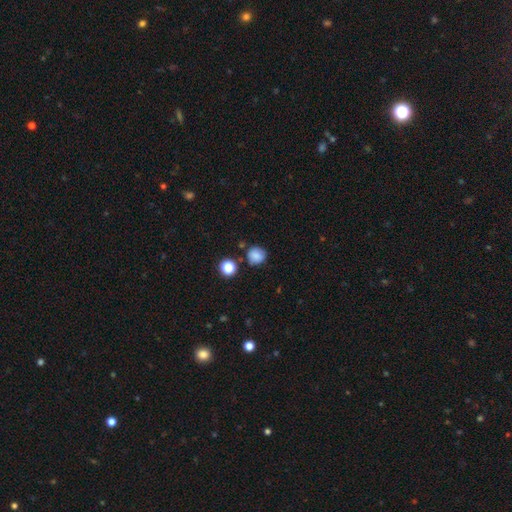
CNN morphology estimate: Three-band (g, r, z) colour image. It shows a smooth galaxy with no disk features (81%) that is round (86%). Merging: none (77%).